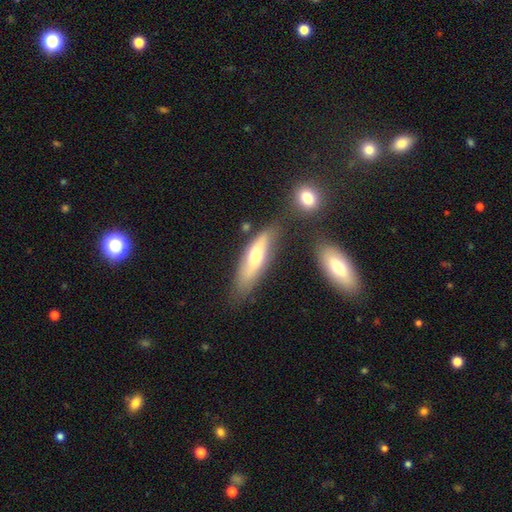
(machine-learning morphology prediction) type=smooth (54%); roundness=cigar-shaped (57%); merging=none (68%).